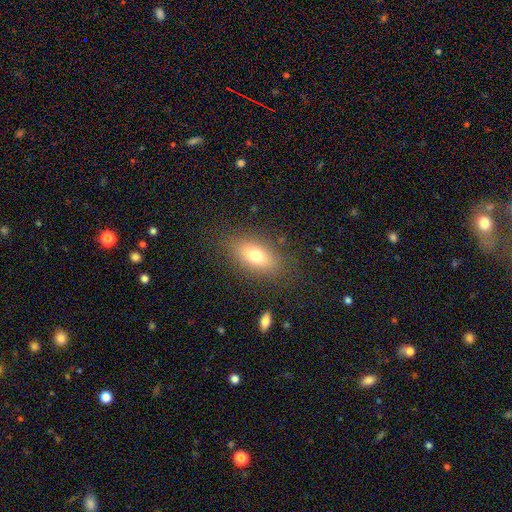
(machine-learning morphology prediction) A smooth galaxy with no disk features (72%) that is in between round and cigar-shaped (84%).

Vote fractions:
- Smooth or featured? smooth: 72% / featured or disk: 18% / star or artifact: 10%
- How rounded? in between: 84% / cigar-shaped: 9% / round: 7%
- Merging? none: 82% / minor disturbance: 12% / major disturbance: 5% / merger: 2%